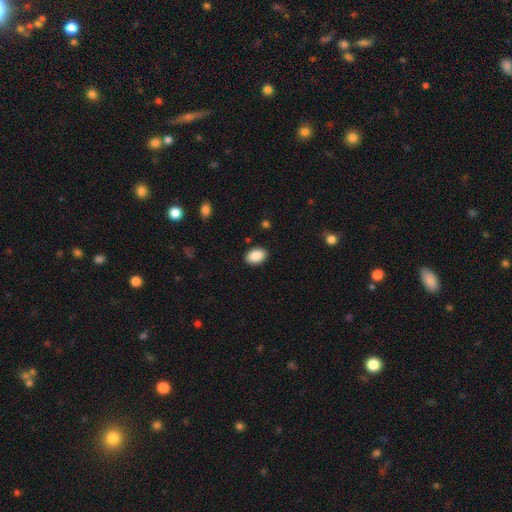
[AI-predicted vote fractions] The model was most divided on "how rounded": in between: 86%, round: 13%, cigar-shaped: 1%. More confident: merging — none (89%); smooth or featured — smooth (89%).